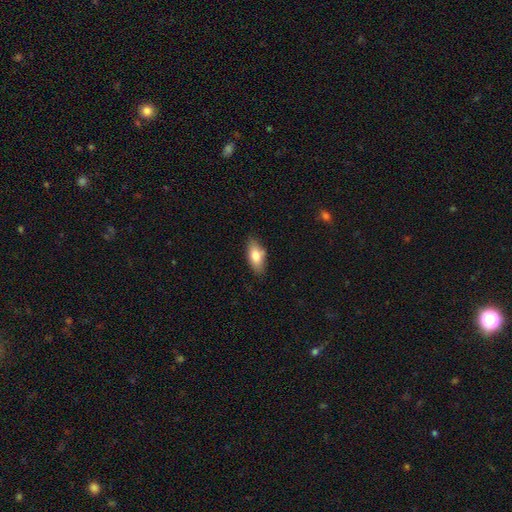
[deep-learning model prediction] This appears to be a smooth galaxy with no disk features (76%) that is in between round and cigar-shaped (85%). Merging: none (81%).